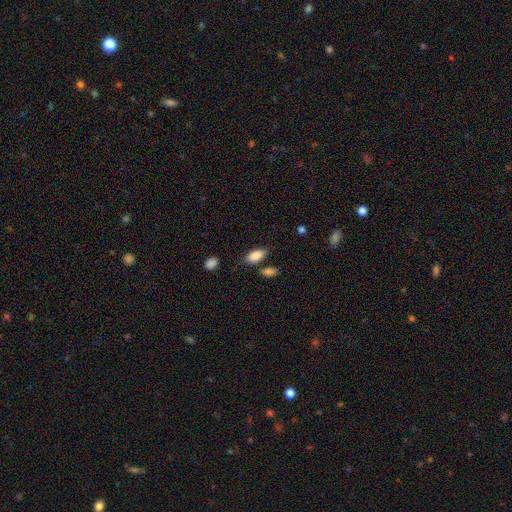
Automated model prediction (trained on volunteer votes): Morphology: type=smooth (87%); roundness=in between (90%); merging=none (76%).